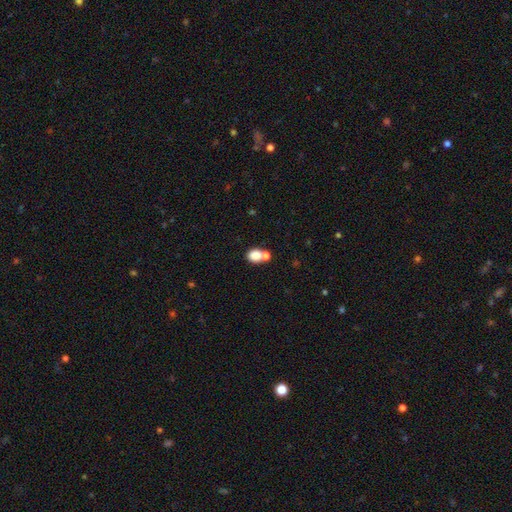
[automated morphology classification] A smooth galaxy with no disk features (82%) that is round (54%).

Vote fractions:
- Smooth or featured? smooth: 82% / star or artifact: 10% / featured or disk: 8%
- How rounded? round: 54% / in between: 44% / cigar-shaped: 1%
- Merging? merger: 46% / none: 41% / minor disturbance: 9% / major disturbance: 4%